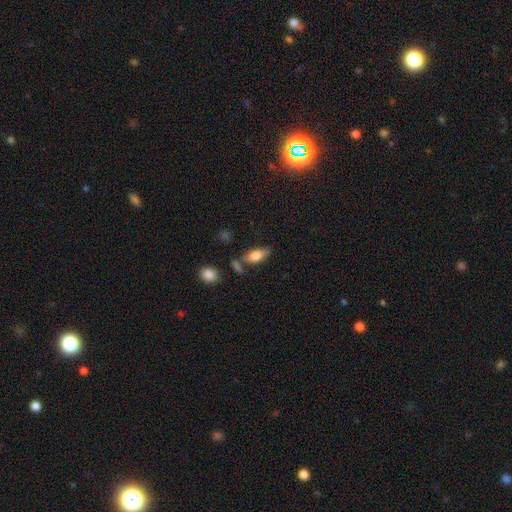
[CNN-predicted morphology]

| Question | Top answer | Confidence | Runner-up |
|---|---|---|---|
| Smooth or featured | smooth | 74% | featured or disk (18%) |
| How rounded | in between | 84% | cigar-shaped (12%) |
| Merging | none | 68% | minor disturbance (17%) |